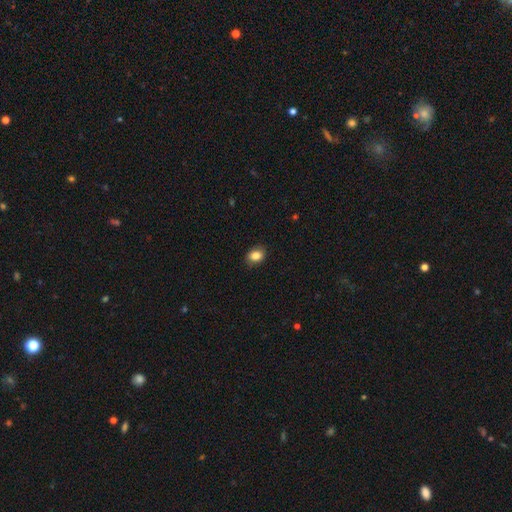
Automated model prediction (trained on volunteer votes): Overall: smooth (86%). How rounded: in between (63%; round 36%). Merging: none (86%).